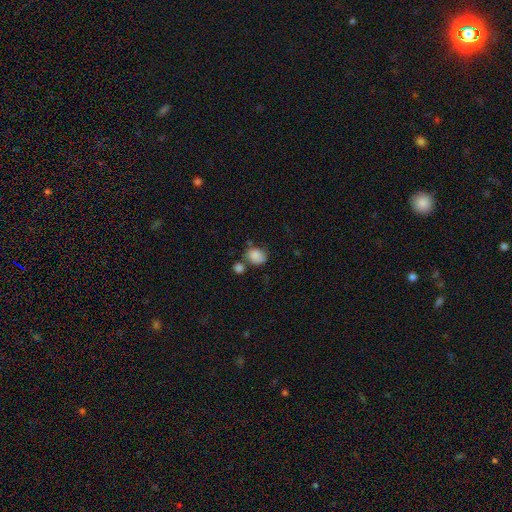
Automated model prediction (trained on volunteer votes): A smooth galaxy with no disk features (85%) that is round (53%). Merging: none (50%).